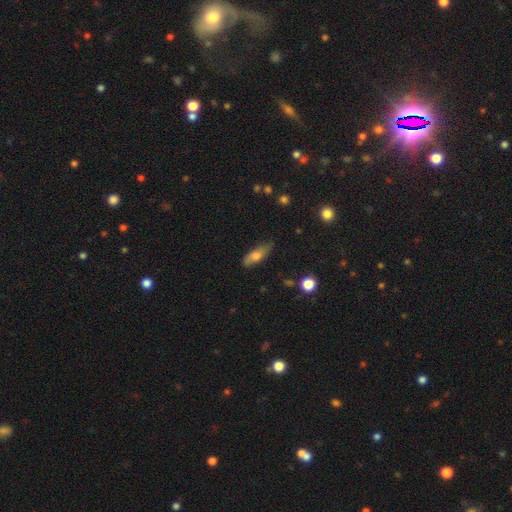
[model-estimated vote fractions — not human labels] smooth_or_featured: smooth (p=0.68) [alt: featured or disk p=0.25]
how_rounded: in between (p=0.60) [alt: cigar-shaped p=0.37]
merging: none (p=0.73) [alt: minor disturbance p=0.21]